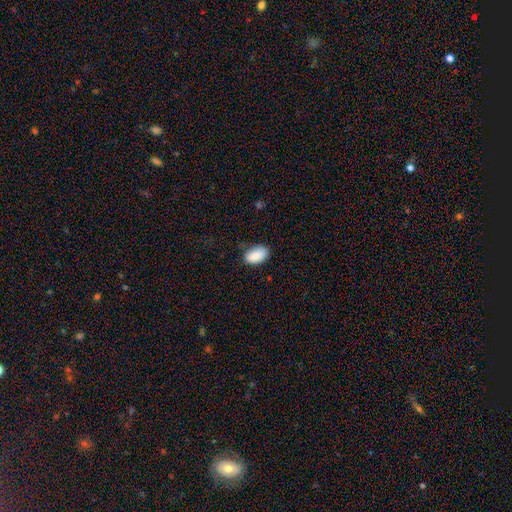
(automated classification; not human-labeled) Smooth or featured? Predicted: smooth (p=0.89). How rounded? Predicted: in between (p=0.93). Merging? Predicted: none (p=0.70).